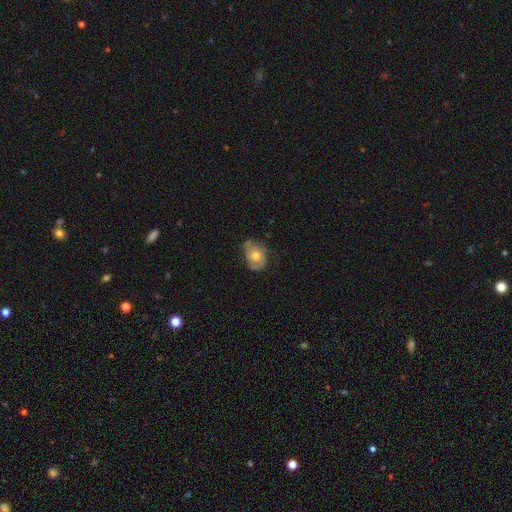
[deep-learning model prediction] smooth-or-featured: smooth: 49% | featured or disk: 44% | star or artifact: 8%
  merging: none: 55% | minor disturbance: 31% | major disturbance: 12% | merger: 2%